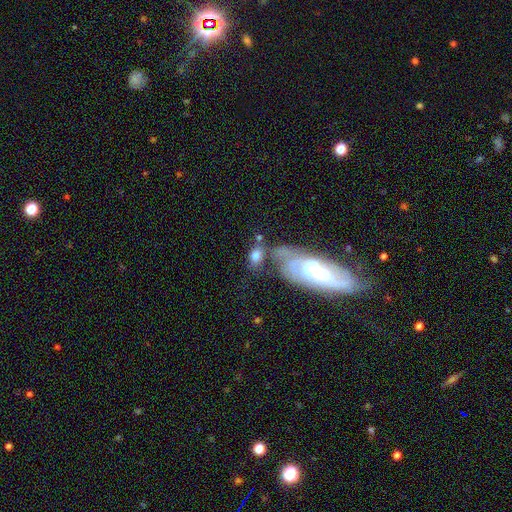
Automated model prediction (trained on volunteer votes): The model was most divided on "merging": none: 39%, merger: 28%, minor disturbance: 18%, major disturbance: 14%. More confident: how rounded — in between (82%); smooth or featured — smooth (66%).